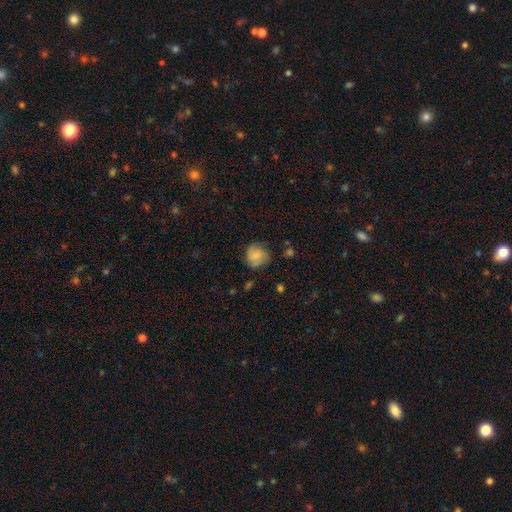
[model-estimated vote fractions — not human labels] Overall: smooth (61%; featured or disk 30%). How rounded: round (84%). Merging: none (69%).